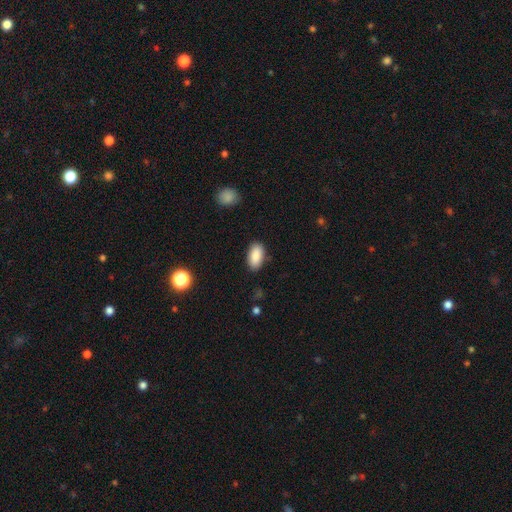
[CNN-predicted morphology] The model was most divided on "merging": none: 85%, minor disturbance: 11%, major disturbance: 2%, merger: 1%. More confident: how rounded — in between (94%); smooth or featured — smooth (87%).